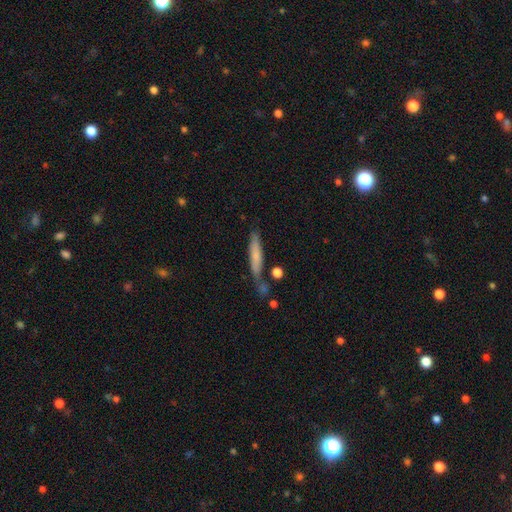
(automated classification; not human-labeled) Q: Smooth or featured?
A: smooth (64%); runner-up: featured or disk (29%)
Q: How rounded?
A: cigar-shaped (88%); runner-up: in between (10%)
Q: Merging?
A: none (65%); runner-up: minor disturbance (19%)